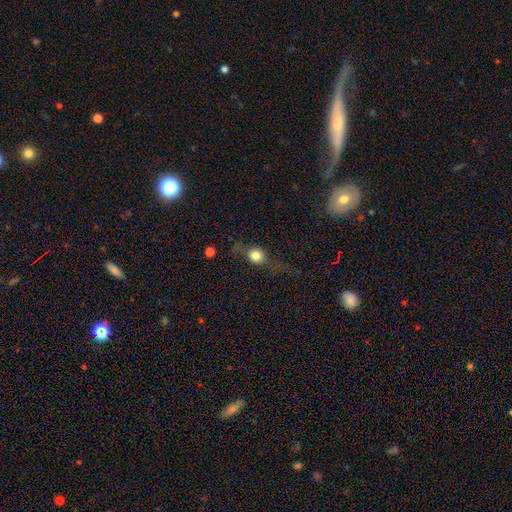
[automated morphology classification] Smooth or featured?
  - smooth: 67% *
  - featured or disk: 21%
  - star or artifact: 12%
How rounded?
  - round: 75% *
  - in between: 22%
  - cigar-shaped: 4%
Merging?
  - none: 62% *
  - minor disturbance: 19%
  - major disturbance: 16%
  - merger: 3%